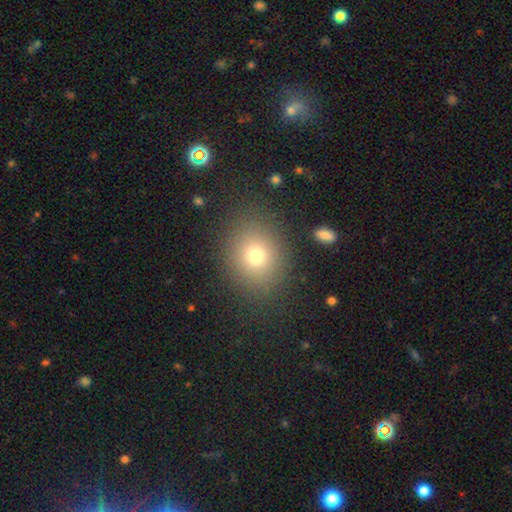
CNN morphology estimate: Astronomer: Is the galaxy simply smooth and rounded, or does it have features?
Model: smooth — 74%.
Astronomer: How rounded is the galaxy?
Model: round — 61% (runner-up: in between, 38%).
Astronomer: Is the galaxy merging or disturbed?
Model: none — 85%.